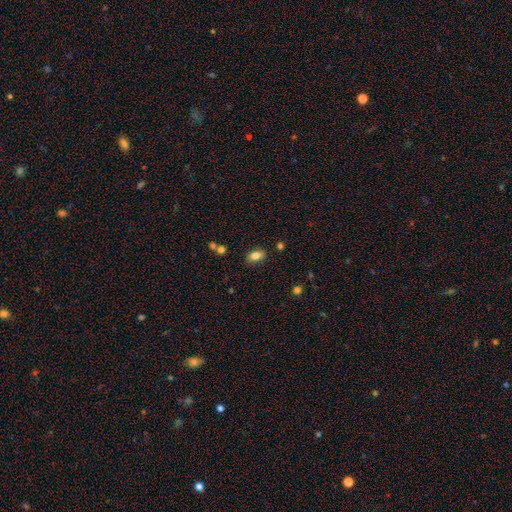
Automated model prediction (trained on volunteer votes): This is clearly a smooth galaxy (80%). How rounded: clearly in between (88%). Merging: clearly none (83%).